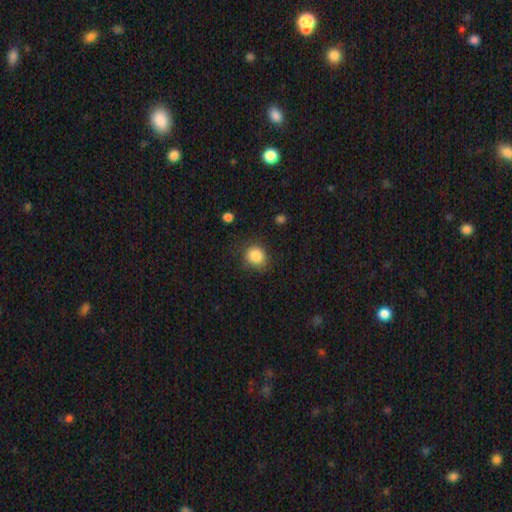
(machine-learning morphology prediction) Smooth or featured: smooth — 85% (star or artifact — 10%)
How rounded: round — 70% (in between — 29%)
Merging: none — 75% (minor disturbance — 18%)